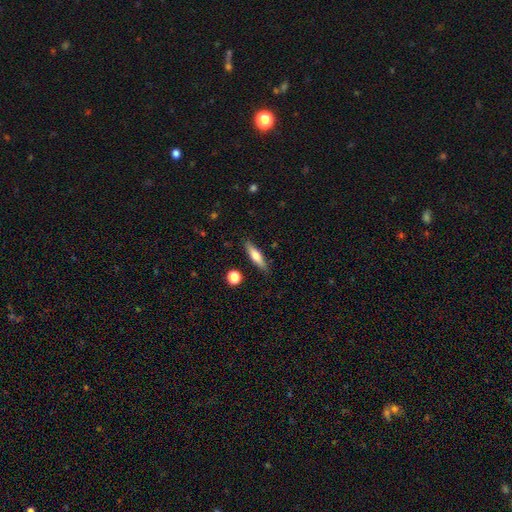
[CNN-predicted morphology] Smooth or featured? Predicted: smooth (p=0.61). How rounded? Predicted: cigar-shaped (p=0.71). Merging? Predicted: none (p=0.86).